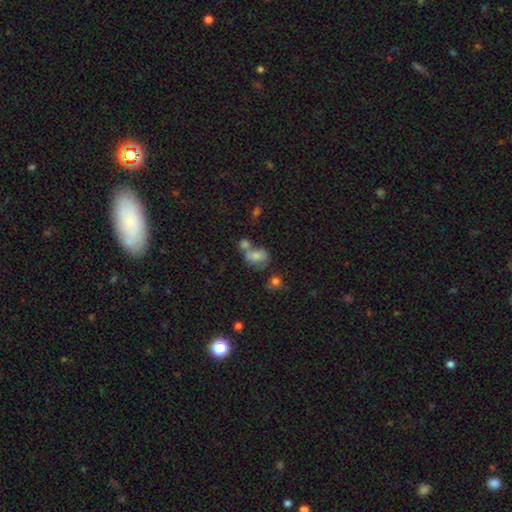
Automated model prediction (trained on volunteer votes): Morphology: type=smooth (69%); roundness=in between (62%); merging=merger (48%).